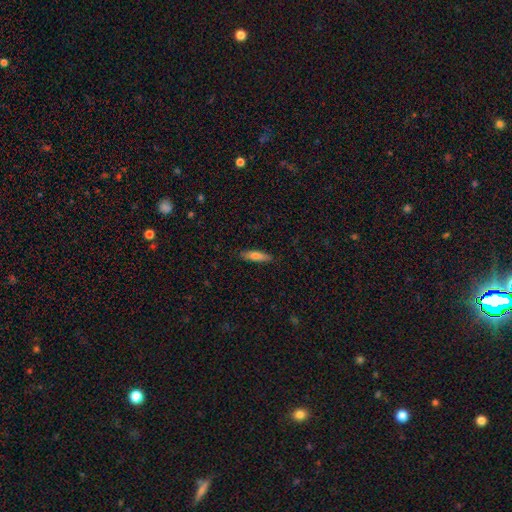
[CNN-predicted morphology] The model was most divided on "how rounded": cigar-shaped: 65%, in between: 33%, round: 2%. More confident: merging — none (88%); smooth or featured — smooth (69%).